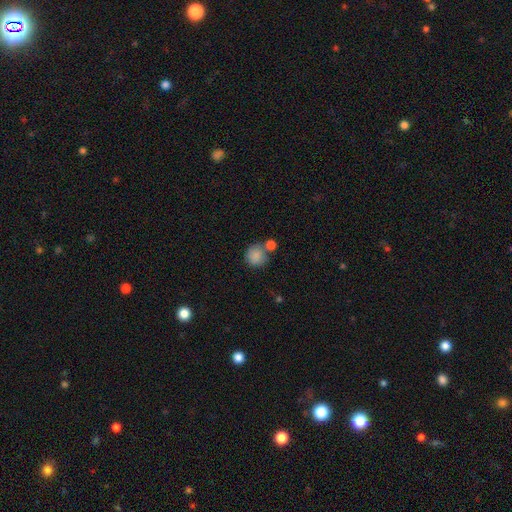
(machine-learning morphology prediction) This is clearly a smooth galaxy (85%). How rounded: clearly round (89%). Merging: possibly none (58%).